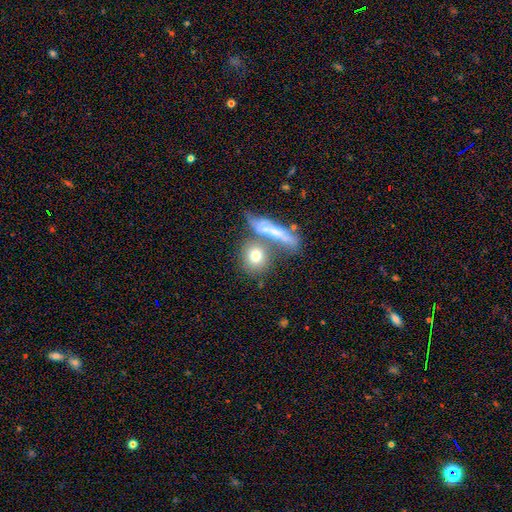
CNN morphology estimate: Overall: smooth (72%). How rounded: round (69%). Merging: none (53%; merger 29%).